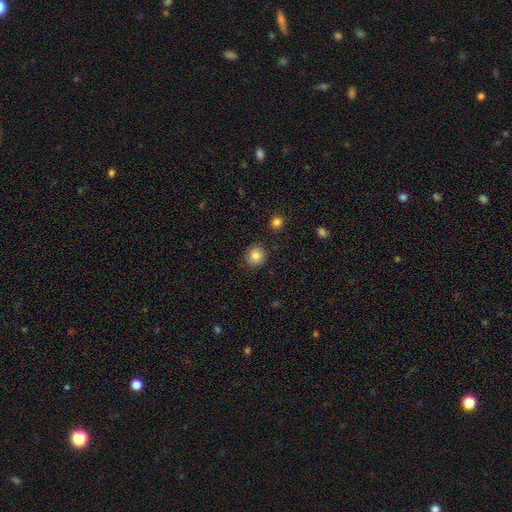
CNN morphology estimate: A smooth galaxy with no disk features (85%) that is round (91%).

Vote fractions:
- Smooth or featured? smooth: 85% / star or artifact: 10% / featured or disk: 5%
- How rounded? round: 91% / in between: 8% / cigar-shaped: 1%
- Merging? none: 87% / minor disturbance: 8% / major disturbance: 2% / merger: 2%